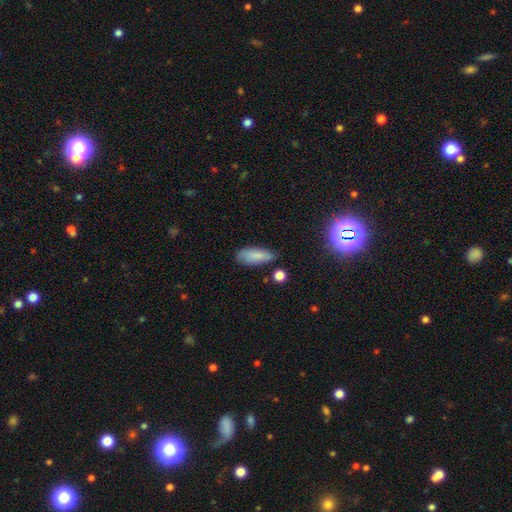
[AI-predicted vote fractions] smooth_or_featured: smooth (p=0.83) [alt: featured or disk p=0.09]
how_rounded: in between (p=0.73) [alt: cigar-shaped p=0.24]
merging: none (p=0.68) [alt: minor disturbance p=0.23]